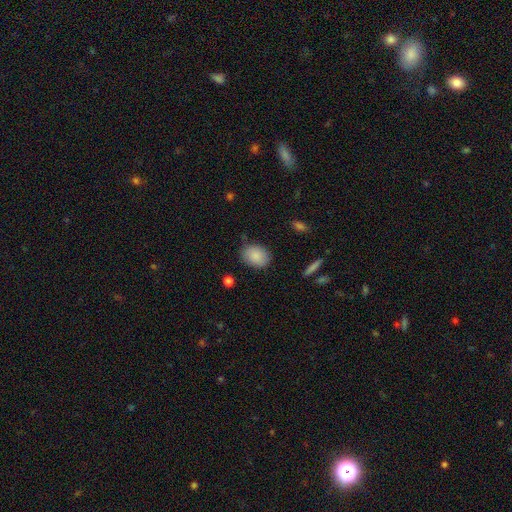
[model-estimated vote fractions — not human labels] This appears to be a smooth galaxy with no disk features (88%) that is in between round and cigar-shaped (69%). Merging: none (81%).